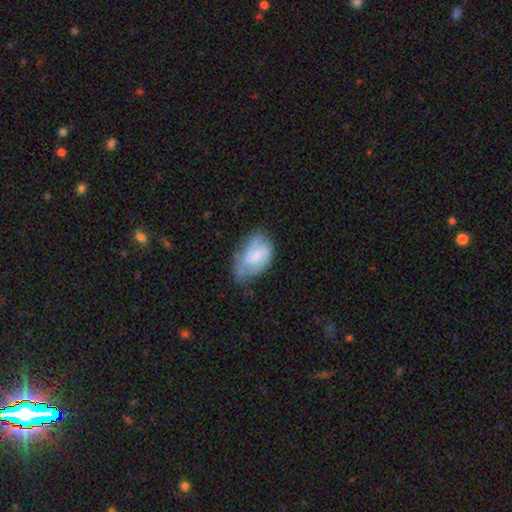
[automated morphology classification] A smooth galaxy with no disk features (47%).

Vote fractions:
- Smooth or featured? smooth: 47% / featured or disk: 46% / star or artifact: 7%
- Merging? none: 46% / minor disturbance: 34% / major disturbance: 17% / merger: 3%